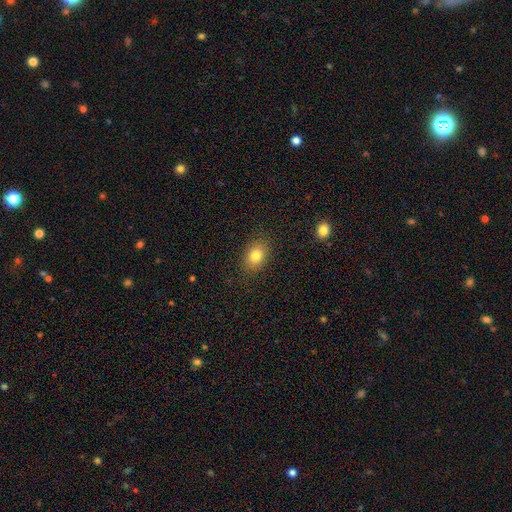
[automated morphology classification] This appears to be a smooth galaxy with no disk features (81%) that is in between round and cigar-shaped (72%). Merging: none (85%).